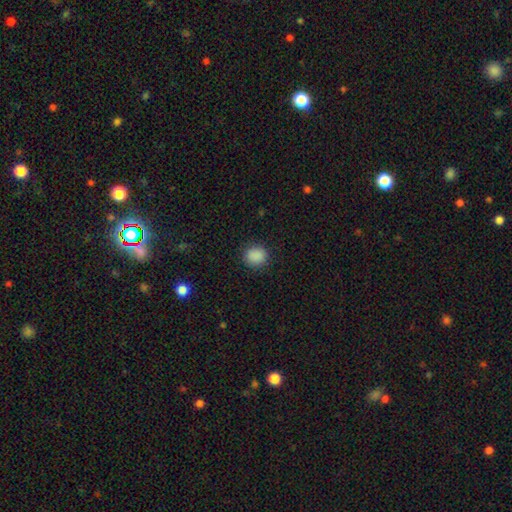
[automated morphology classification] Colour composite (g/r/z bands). It shows a smooth galaxy with no disk features (88%) that is round (79%). Merging: none (88%).